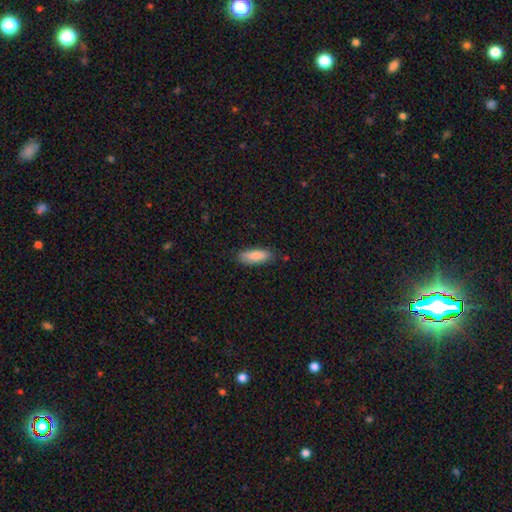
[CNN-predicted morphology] type=smooth (85%); roundness=in between (61%); merging=none (82%).